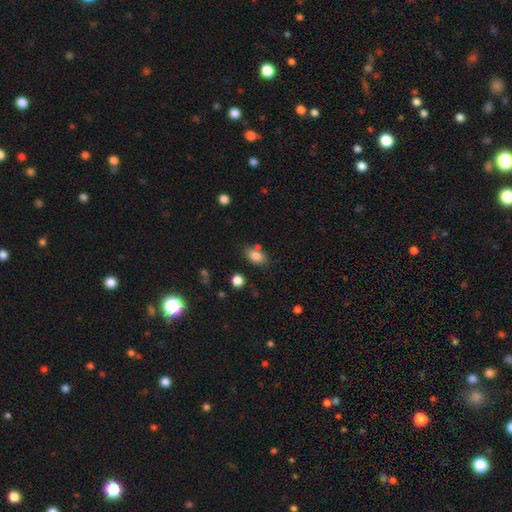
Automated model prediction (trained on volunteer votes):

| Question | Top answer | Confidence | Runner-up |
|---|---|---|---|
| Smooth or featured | smooth | 83% | star or artifact (9%) |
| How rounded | in between | 83% | round (16%) |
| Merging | none | 72% | minor disturbance (15%) |